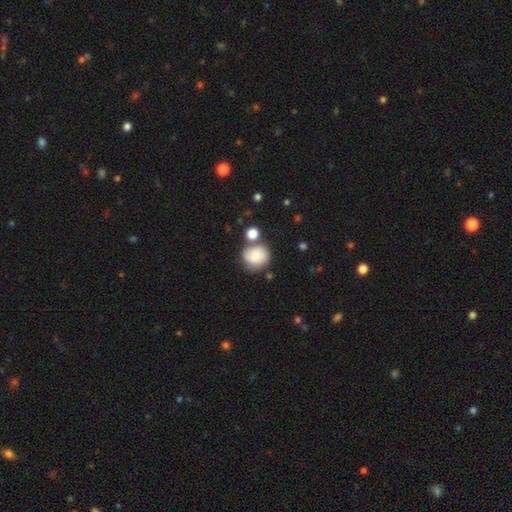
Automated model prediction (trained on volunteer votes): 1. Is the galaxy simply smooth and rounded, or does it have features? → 60% smooth, 31% featured or disk, 9% star or artifact.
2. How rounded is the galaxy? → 81% round, 18% in between, 1% cigar-shaped.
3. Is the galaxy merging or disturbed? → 55% none, 20% merger, 18% minor disturbance, 7% major disturbance.